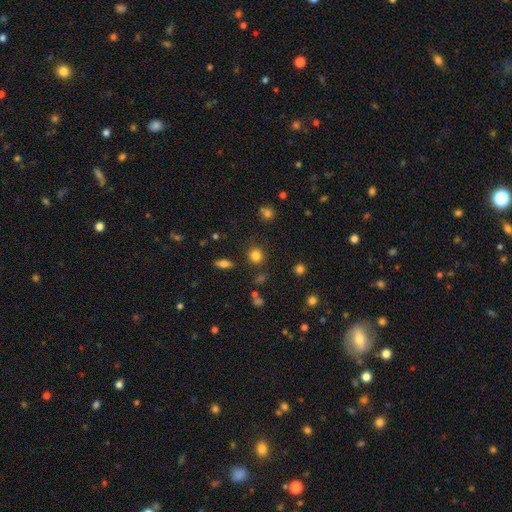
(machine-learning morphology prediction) Smooth or featured?
  - smooth: 80% *
  - star or artifact: 13%
  - featured or disk: 6%
How rounded?
  - round: 90% *
  - in between: 9%
  - cigar-shaped: 1%
Merging?
  - none: 85% *
  - minor disturbance: 8%
  - merger: 4%
  - major disturbance: 3%